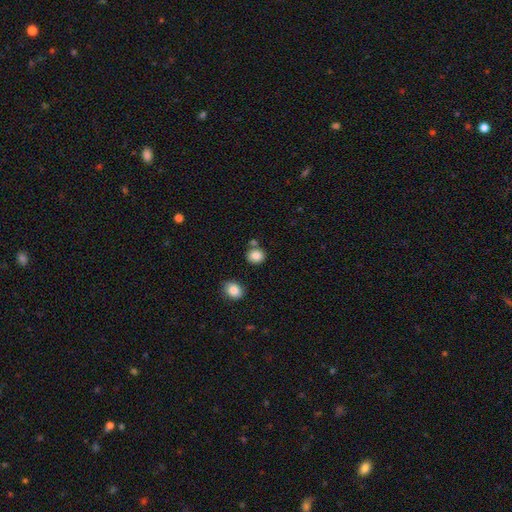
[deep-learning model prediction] smooth 84%, star or artifact 10%, featured or disk 6%. Down the decision tree: how rounded — round (77%); merging — none (75%).